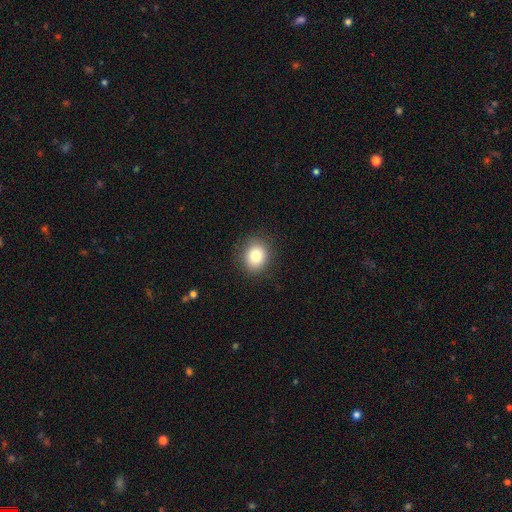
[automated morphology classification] Smooth or featured?
  - smooth: 81% *
  - star or artifact: 10%
  - featured or disk: 9%
How rounded?
  - round: 68% *
  - in between: 32%
  - cigar-shaped: 1%
Merging?
  - none: 87% *
  - minor disturbance: 9%
  - major disturbance: 3%
  - merger: 1%